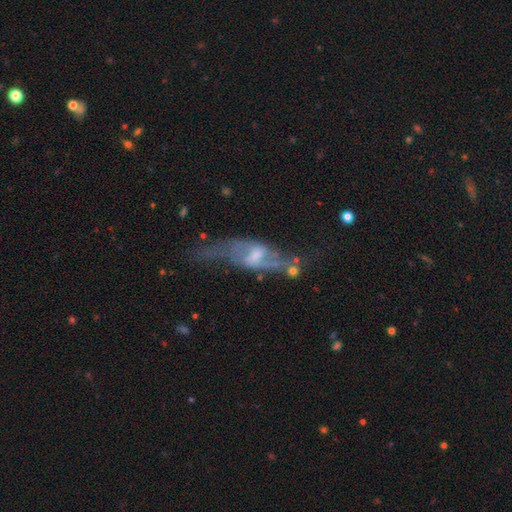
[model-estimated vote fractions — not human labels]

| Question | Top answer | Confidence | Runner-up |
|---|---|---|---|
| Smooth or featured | featured or disk | 76% | smooth (15%) |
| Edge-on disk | no | 77% | yes (23%) |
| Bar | weak | 50% | no (26%) |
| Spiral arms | yes | 78% | no (22%) |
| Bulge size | small | 42% | moderate (39%) |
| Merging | none | 50% | minor disturbance (22%) |